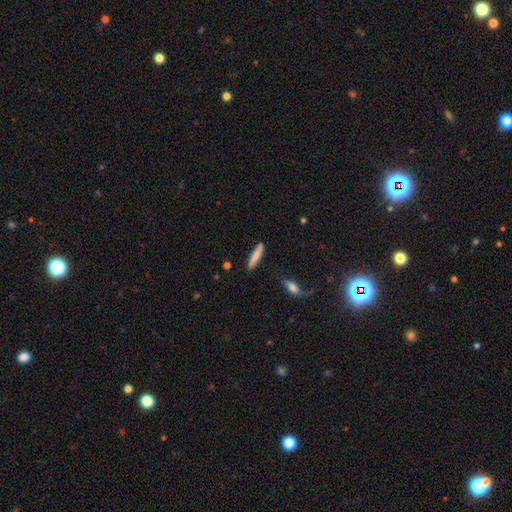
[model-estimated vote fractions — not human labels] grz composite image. It shows a smooth galaxy with no disk features (77%) that is cigar-shaped (87%). Merging: none (84%).